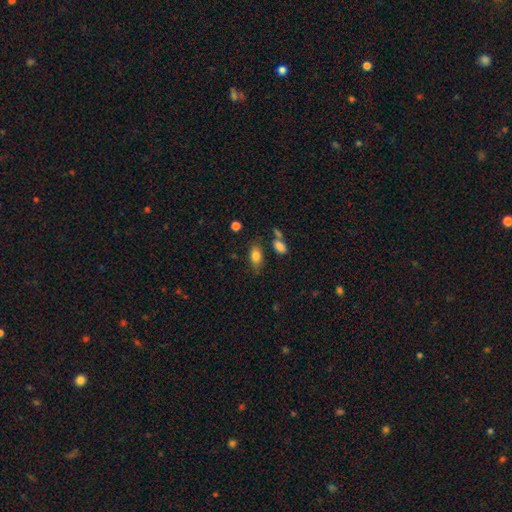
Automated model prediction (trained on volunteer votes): Morphology: type=smooth (82%); roundness=in between (89%); merging=none (72%).